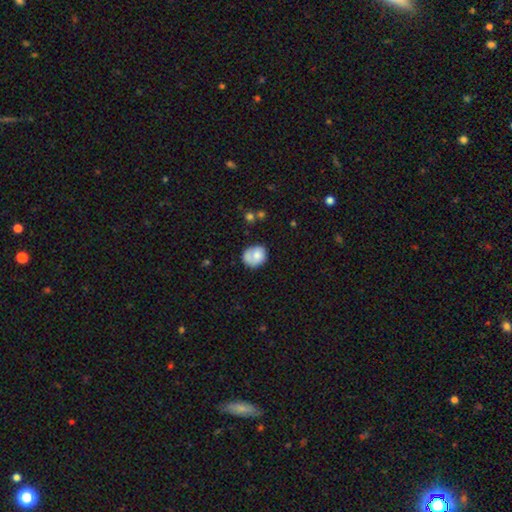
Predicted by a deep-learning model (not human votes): A smooth galaxy with no disk features (71%) that is round (67%). Merging: none (54%).